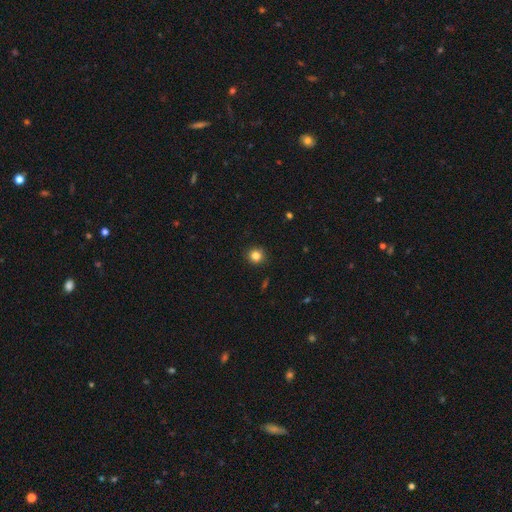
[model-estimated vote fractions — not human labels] This is clearly a smooth galaxy (83%). How rounded: clearly round (91%). Merging: clearly none (91%).